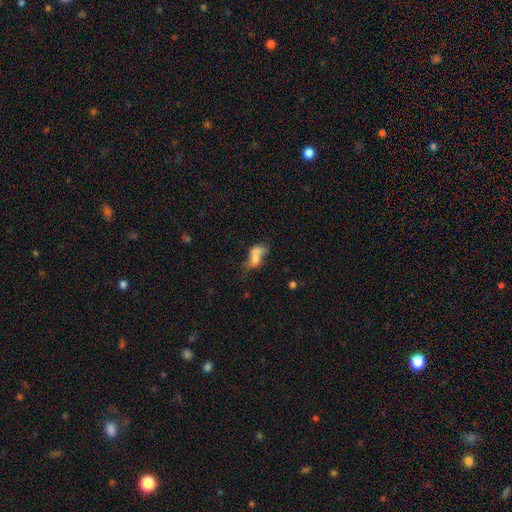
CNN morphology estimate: Smooth or featured? Predicted: smooth (p=0.60). How rounded? Predicted: in between (p=0.77). Merging? Predicted: merger (p=0.50).